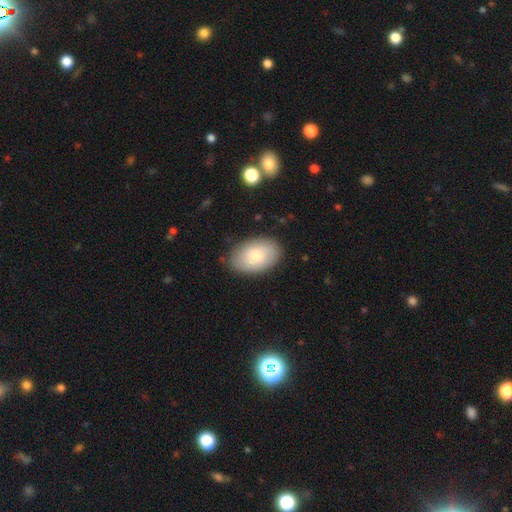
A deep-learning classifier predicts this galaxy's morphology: Smooth or featured? smooth (78%)
How rounded? in between (90%)
Merging? none (84%)